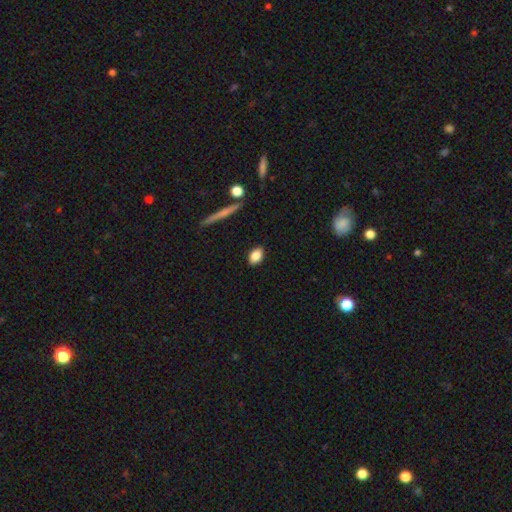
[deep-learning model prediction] Q: Smooth or featured?
A: smooth (86%); runner-up: star or artifact (8%)
Q: How rounded?
A: in between (84%); runner-up: round (13%)
Q: Merging?
A: none (89%); runner-up: minor disturbance (8%)